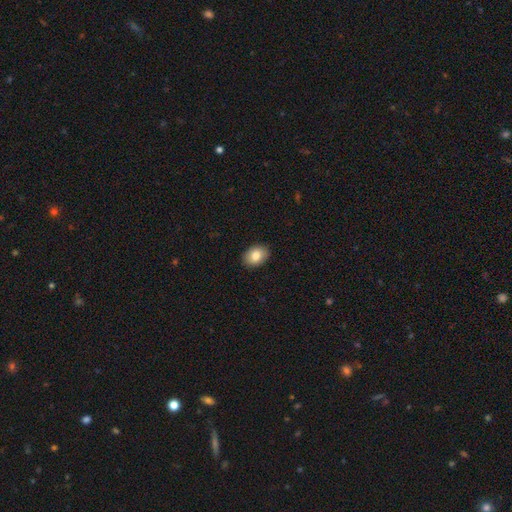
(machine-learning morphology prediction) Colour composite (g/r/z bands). It shows a smooth galaxy with no disk features (83%) that is in between round and cigar-shaped (78%). Merging: none (90%).